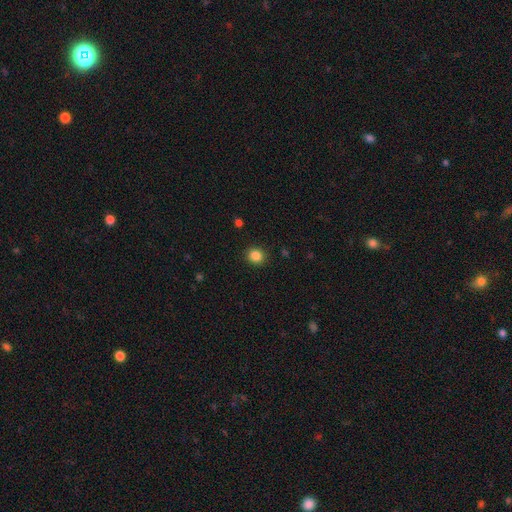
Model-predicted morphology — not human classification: Smooth or featured? smooth (85%)
How rounded? round (84%)
Merging? none (91%)